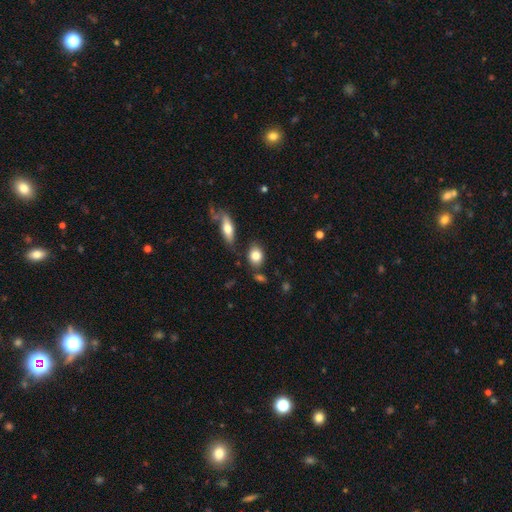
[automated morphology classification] A smooth galaxy with no disk features (82%) that is in between round and cigar-shaped (59%). Merging: none (74%).